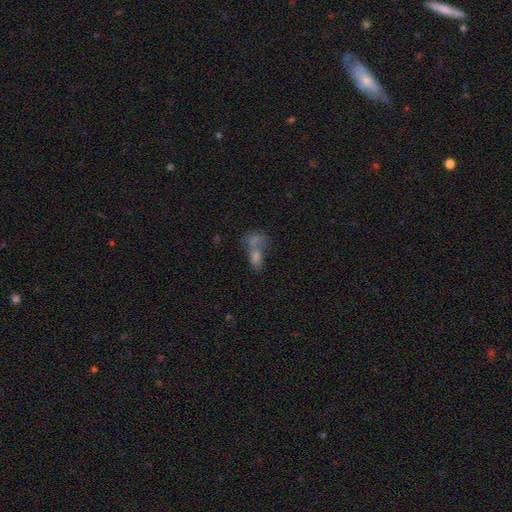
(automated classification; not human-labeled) A smooth galaxy with no disk features (61%) that is in between round and cigar-shaped (77%).

Vote fractions:
- Smooth or featured? smooth: 61% / featured or disk: 21% / star or artifact: 19%
- How rounded? in between: 77% / round: 15% / cigar-shaped: 8%
- Merging? merger: 63% / none: 23% / minor disturbance: 7% / major disturbance: 6%